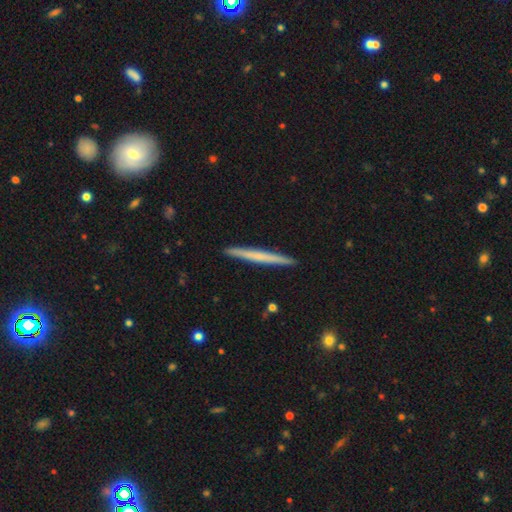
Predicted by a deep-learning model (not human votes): A smooth galaxy with no disk features (50%) that is cigar-shaped (97%). Merging: none (93%).